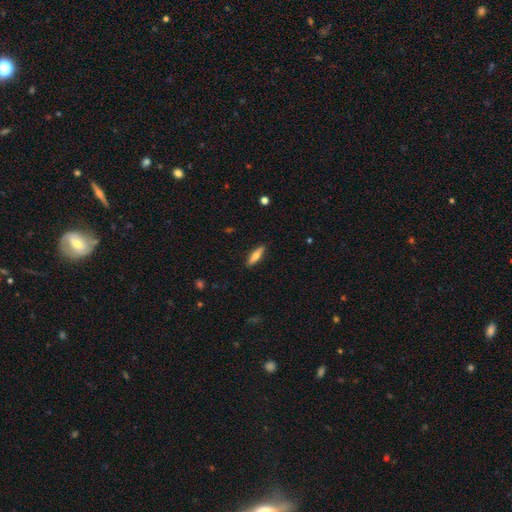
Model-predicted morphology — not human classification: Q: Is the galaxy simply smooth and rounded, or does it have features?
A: smooth — 61%.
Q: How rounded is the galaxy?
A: cigar-shaped — 68%.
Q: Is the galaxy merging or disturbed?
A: none — 89%.